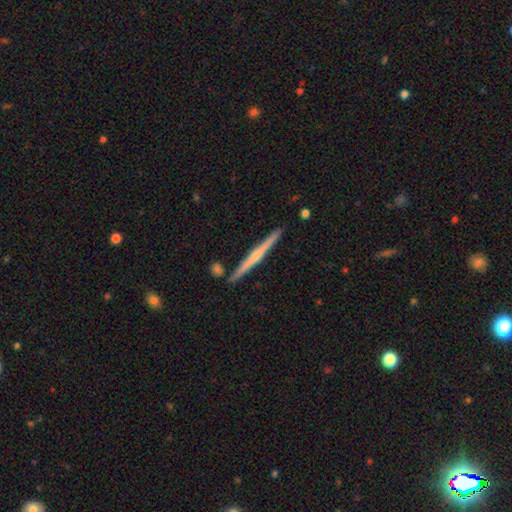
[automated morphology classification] A featured or disk galaxy (67%) viewed edge-on (98%) with a rounded central bulge (61%). Merging: none (89%).